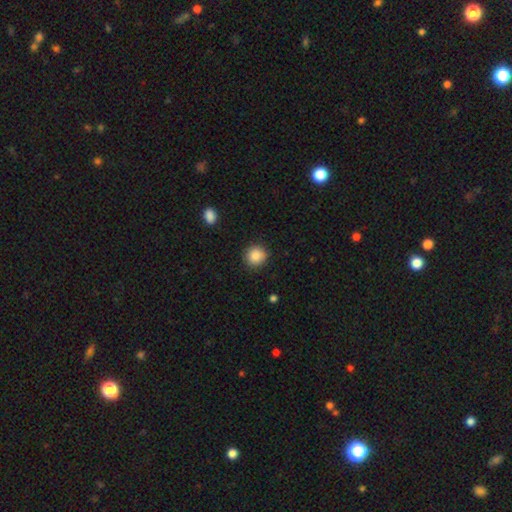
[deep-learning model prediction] Smooth or featured?
  - smooth: 87% *
  - star or artifact: 9%
  - featured or disk: 4%
How rounded?
  - round: 90% *
  - in between: 9%
  - cigar-shaped: 1%
Merging?
  - none: 89% *
  - minor disturbance: 8%
  - major disturbance: 2%
  - merger: 1%